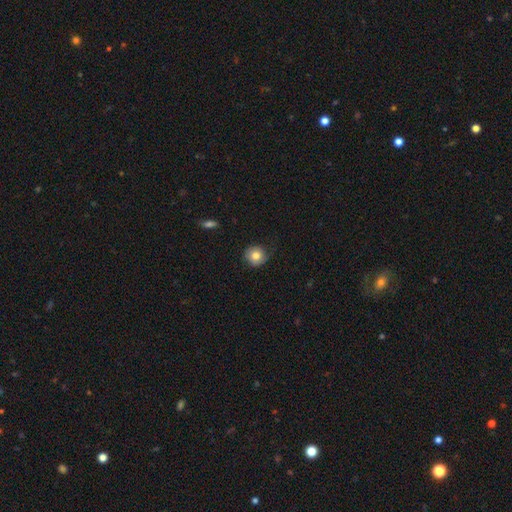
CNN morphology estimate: This is likely a smooth galaxy (77%). How rounded: clearly round (89%). Merging: likely none (71%).